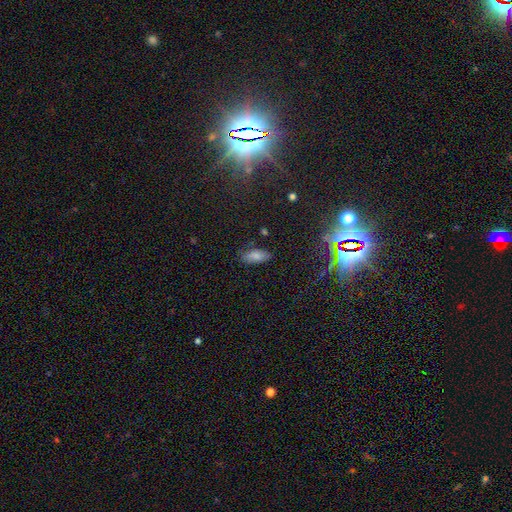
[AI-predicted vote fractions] A smooth galaxy with no disk features (78%) that is in between round and cigar-shaped (85%). Merging: none (78%).